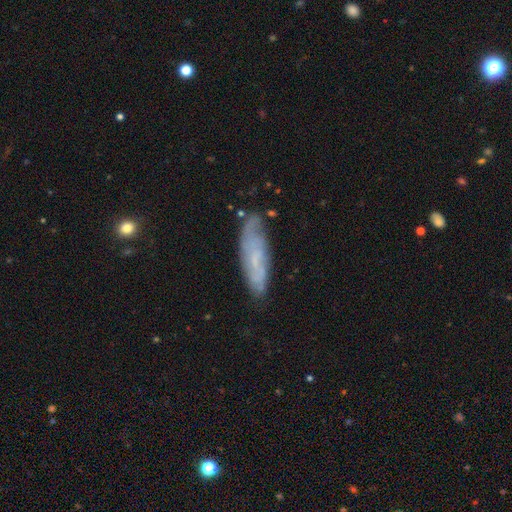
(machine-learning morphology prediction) featured or disk 49%, smooth 39%, star or artifact 12%. Down the decision tree: merging — none (72%).